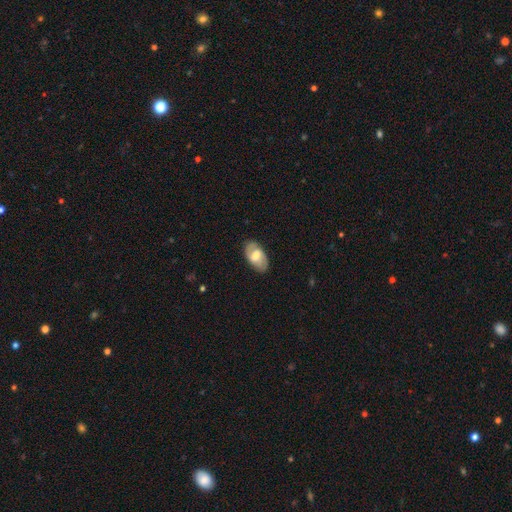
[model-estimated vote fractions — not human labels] smooth_or_featured: featured or disk (p=0.59) [alt: smooth p=0.35]
disk_edge_on: no (p=0.94) [alt: yes p=0.06]
bar: weak (p=0.52) [alt: no p=0.29]
has_spiral_arms: yes (p=0.81) [alt: no p=0.19]
bulge_size: moderate (p=0.57) [alt: small p=0.22]
merging: none (p=0.83) [alt: minor disturbance p=0.12]